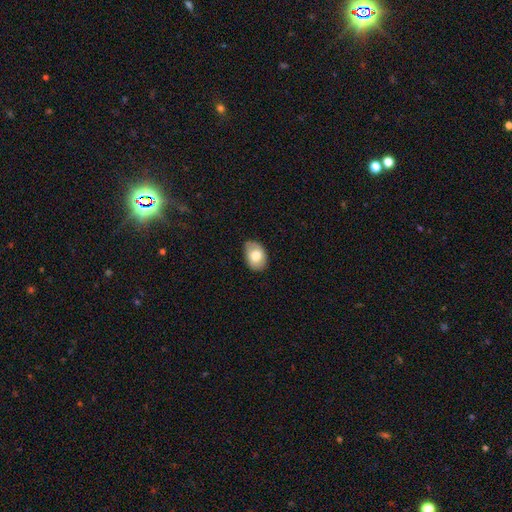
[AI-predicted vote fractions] Smooth or featured? Predicted: smooth (p=0.75). How rounded? Predicted: in between (p=0.83). Merging? Predicted: none (p=0.77).